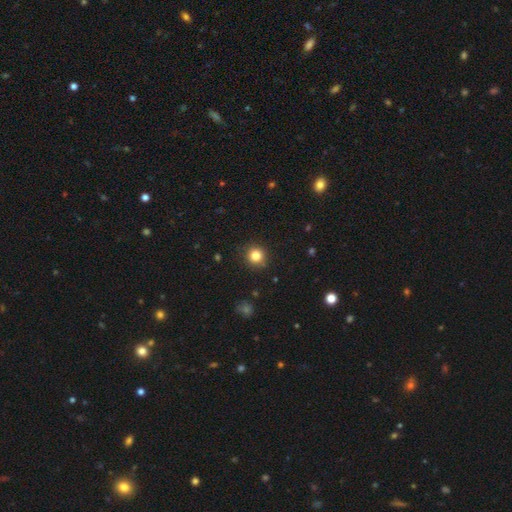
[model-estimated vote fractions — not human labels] Smooth or featured?
  - smooth: 83% *
  - star or artifact: 12%
  - featured or disk: 5%
How rounded?
  - round: 92% *
  - in between: 7%
  - cigar-shaped: 1%
Merging?
  - none: 89% *
  - minor disturbance: 8%
  - major disturbance: 2%
  - merger: 1%